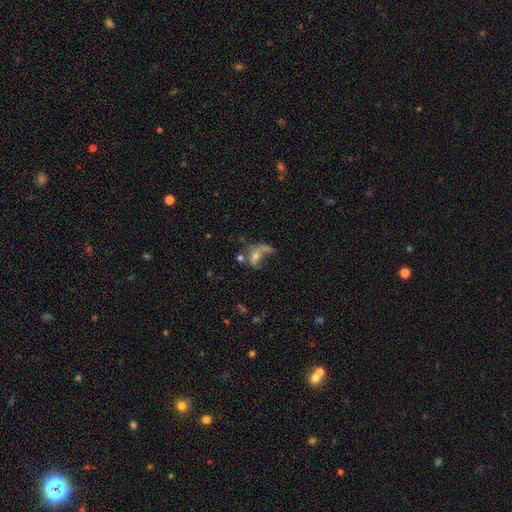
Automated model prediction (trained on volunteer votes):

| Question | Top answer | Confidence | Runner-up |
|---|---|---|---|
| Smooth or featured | featured or disk | 49% | smooth (31%) |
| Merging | major disturbance | 42% | none (26%) |